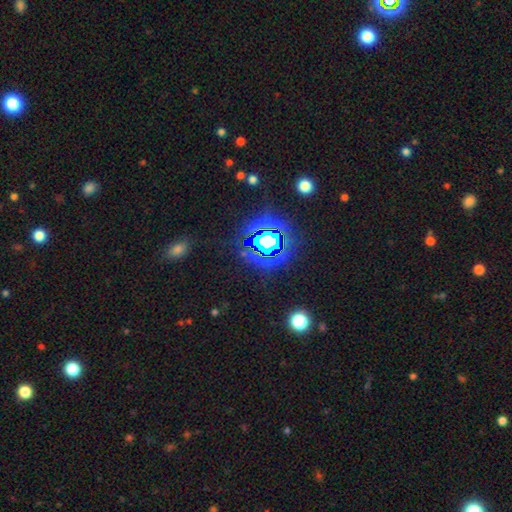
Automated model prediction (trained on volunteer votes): A star or artifact, not a galaxy (81%).

Vote fractions:
- Smooth or featured? star or artifact: 81% / smooth: 12% / featured or disk: 7%